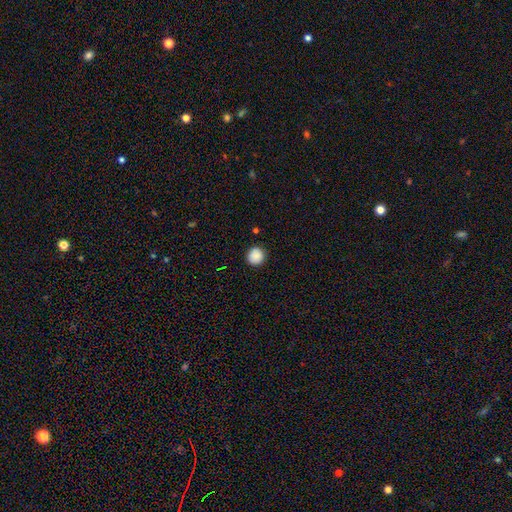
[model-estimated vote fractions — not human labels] smooth 88%, star or artifact 9%, featured or disk 3%. Down the decision tree: how rounded — round (94%); merging — none (91%).